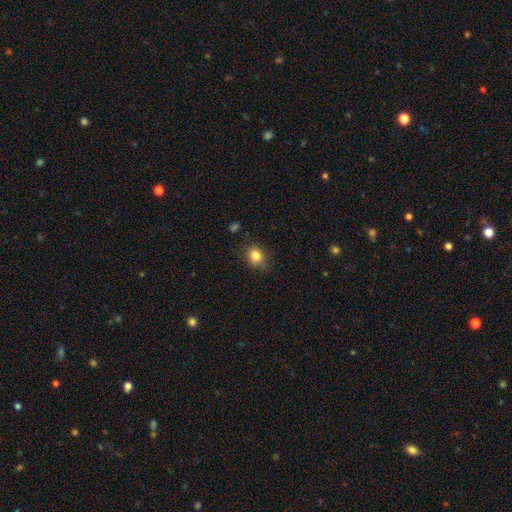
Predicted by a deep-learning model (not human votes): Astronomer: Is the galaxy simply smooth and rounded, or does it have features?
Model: smooth — 83%.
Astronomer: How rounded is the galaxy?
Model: round — 58% (runner-up: in between, 41%).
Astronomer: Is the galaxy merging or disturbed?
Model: none — 76%.